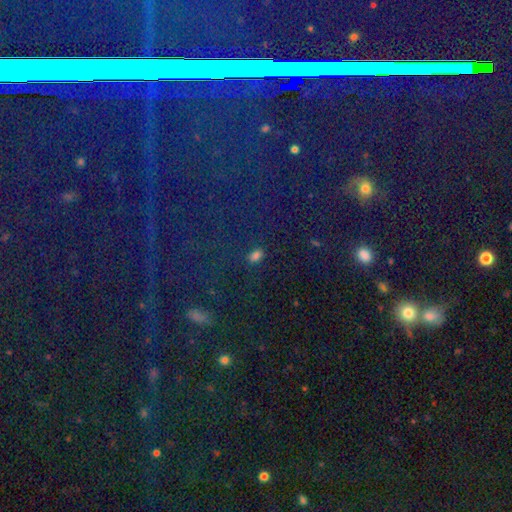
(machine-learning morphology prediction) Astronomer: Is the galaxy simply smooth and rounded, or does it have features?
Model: smooth — 70%.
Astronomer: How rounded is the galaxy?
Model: in between — 86%.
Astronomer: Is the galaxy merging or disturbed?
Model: none — 80%.